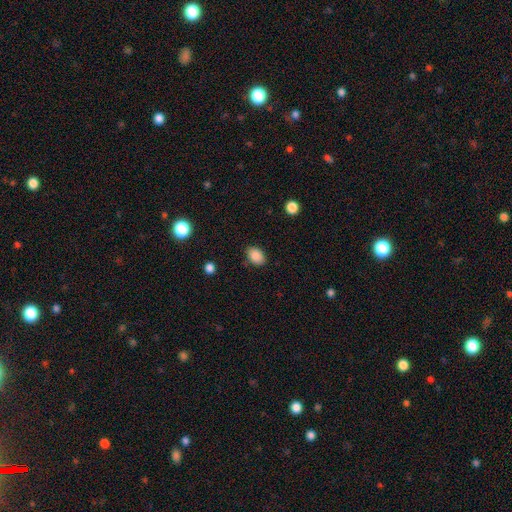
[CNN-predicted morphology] A smooth galaxy with no disk features (88%) that is in between round and cigar-shaped (78%).

Vote fractions:
- Smooth or featured? smooth: 88% / star or artifact: 8% / featured or disk: 4%
- How rounded? in between: 78% / round: 21% / cigar-shaped: 1%
- Merging? none: 81% / minor disturbance: 14% / major disturbance: 3% / merger: 2%